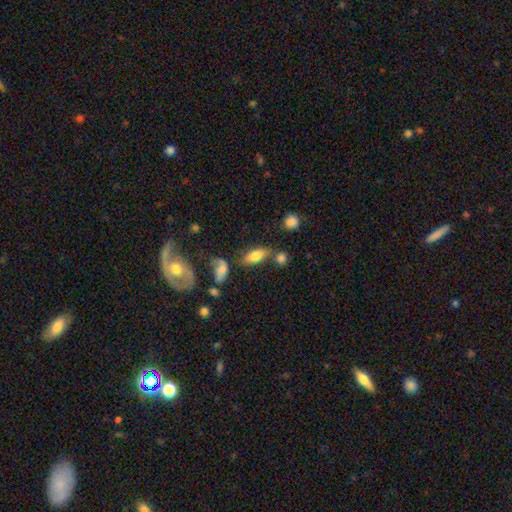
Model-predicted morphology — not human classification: Smooth or featured? smooth (75%)
How rounded? in between (83%)
Merging? none (57%)